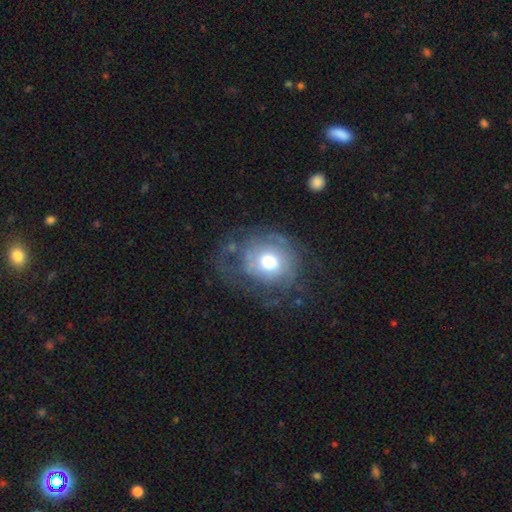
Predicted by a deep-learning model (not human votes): A featured or disk galaxy (50%). Merging: none (56%).